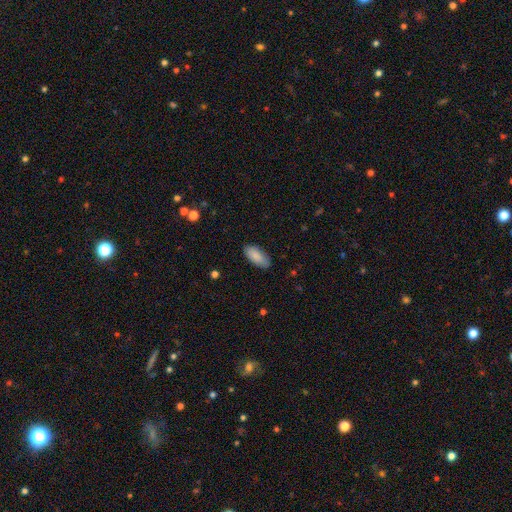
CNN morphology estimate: This appears to be a smooth galaxy with no disk features (88%) that is in between round and cigar-shaped (89%). Merging: none (83%).